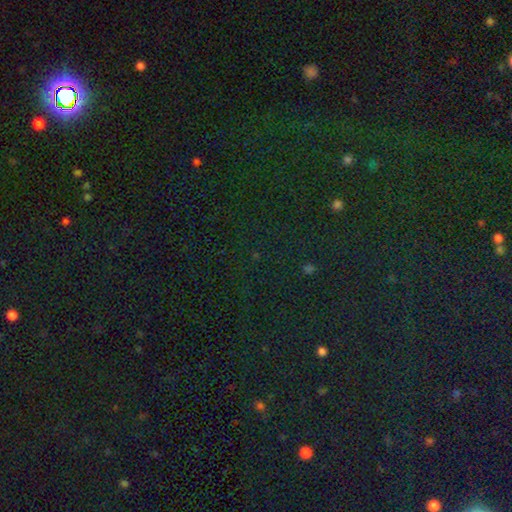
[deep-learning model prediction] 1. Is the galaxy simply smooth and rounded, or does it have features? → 80% star or artifact, 14% smooth, 7% featured or disk.